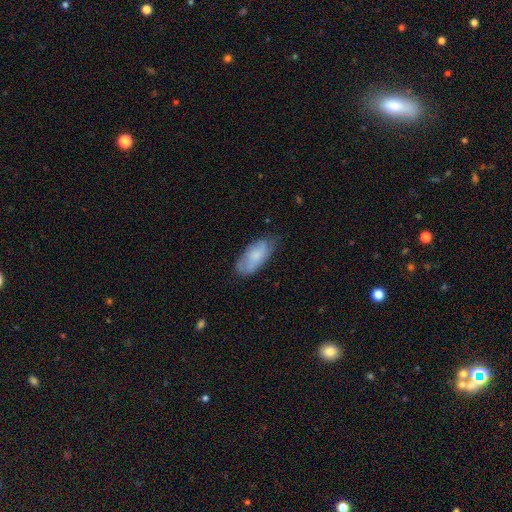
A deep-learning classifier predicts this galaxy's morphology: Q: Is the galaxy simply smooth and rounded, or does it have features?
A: smooth — 68%.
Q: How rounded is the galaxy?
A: in between — 89%.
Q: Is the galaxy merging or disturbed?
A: none — 61%.